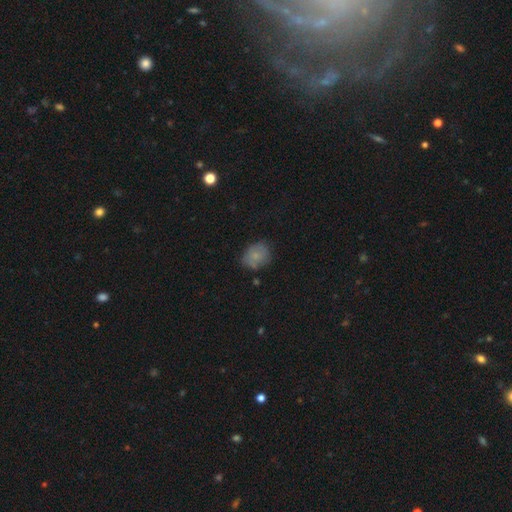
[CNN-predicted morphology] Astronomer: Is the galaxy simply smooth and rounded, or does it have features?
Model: smooth — 73%.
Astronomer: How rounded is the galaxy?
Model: in between — 50% (runner-up: round, 49%).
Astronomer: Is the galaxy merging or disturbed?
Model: none — 69%.